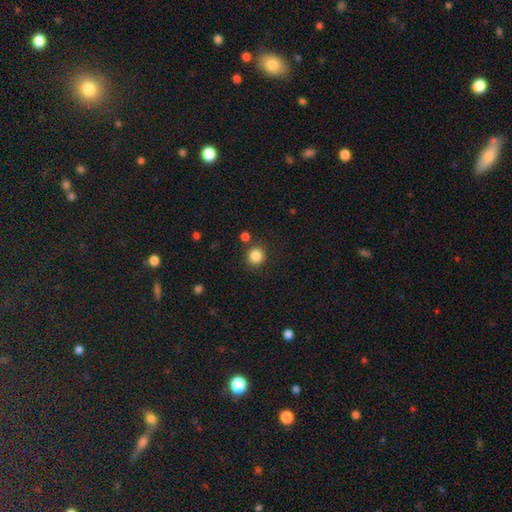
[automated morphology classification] Smooth or featured? Predicted: smooth (p=0.85). How rounded? Predicted: round (p=0.88). Merging? Predicted: none (p=0.84).